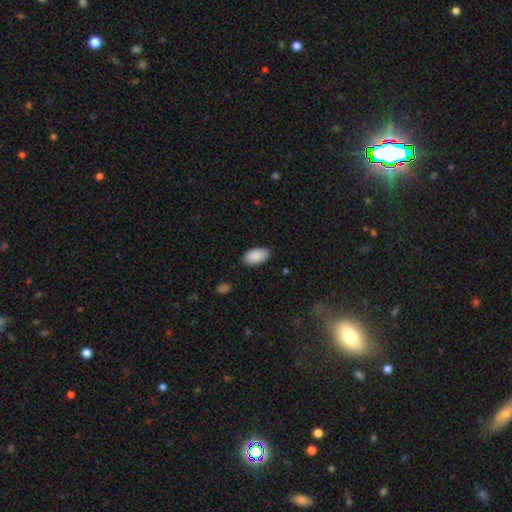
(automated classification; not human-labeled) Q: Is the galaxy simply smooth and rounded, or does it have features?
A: smooth — 90%.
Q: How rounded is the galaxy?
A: in between — 96%.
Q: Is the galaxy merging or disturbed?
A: none — 85%.